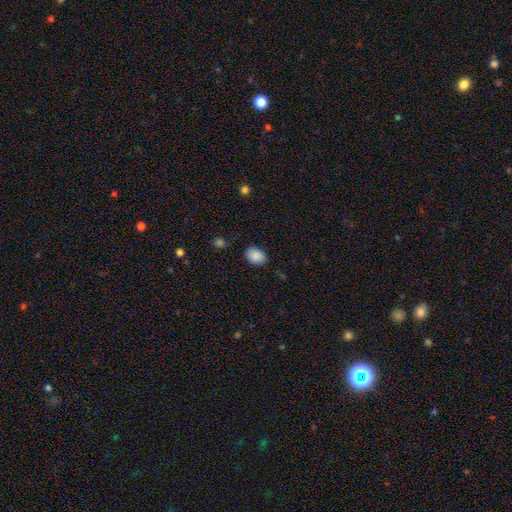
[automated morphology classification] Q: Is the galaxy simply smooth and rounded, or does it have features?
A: smooth — 88%.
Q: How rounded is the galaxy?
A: in between — 65%.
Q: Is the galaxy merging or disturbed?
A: none — 82%.